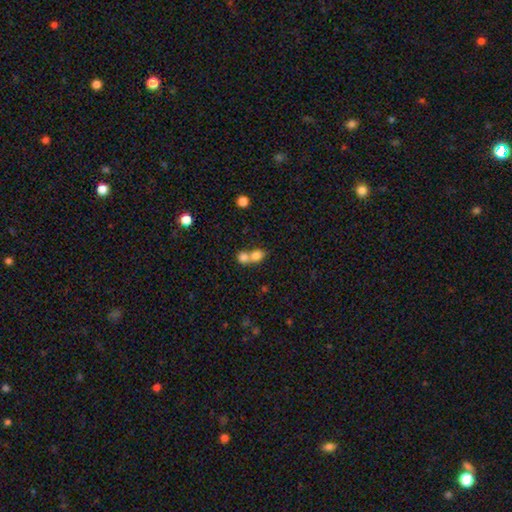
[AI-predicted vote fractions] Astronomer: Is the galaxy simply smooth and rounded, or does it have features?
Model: smooth — 80%.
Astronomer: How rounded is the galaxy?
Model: round — 56% (runner-up: in between, 42%).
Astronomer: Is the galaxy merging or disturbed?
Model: merger — 65%.